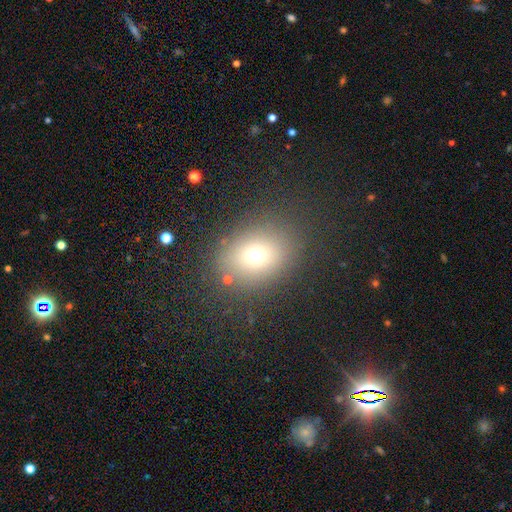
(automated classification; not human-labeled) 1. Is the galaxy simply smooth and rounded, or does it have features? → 66% smooth, 22% star or artifact, 12% featured or disk.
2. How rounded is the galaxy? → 52% in between, 47% round, 1% cigar-shaped.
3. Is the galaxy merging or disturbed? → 83% none, 10% minor disturbance, 5% major disturbance, 2% merger.